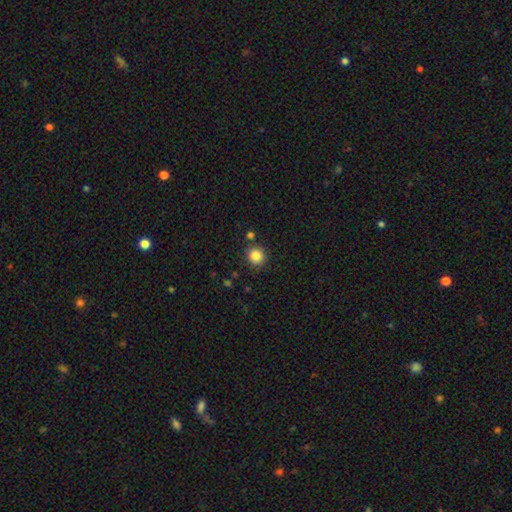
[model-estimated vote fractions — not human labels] smooth-or-featured: smooth: 85% | star or artifact: 11% | featured or disk: 4%
  how-rounded: round: 90% | in between: 9% | cigar-shaped: 1%
  merging: none: 86% | minor disturbance: 8% | merger: 4% | major disturbance: 2%